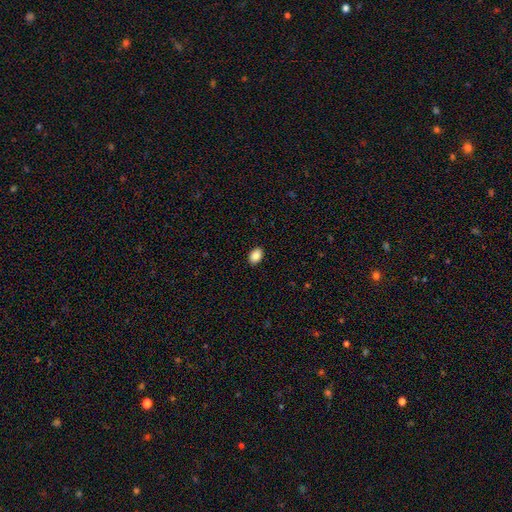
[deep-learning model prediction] Q: Smooth or featured?
A: smooth (88%); runner-up: star or artifact (8%)
Q: How rounded?
A: in between (81%); runner-up: round (18%)
Q: Merging?
A: none (90%); runner-up: minor disturbance (7%)